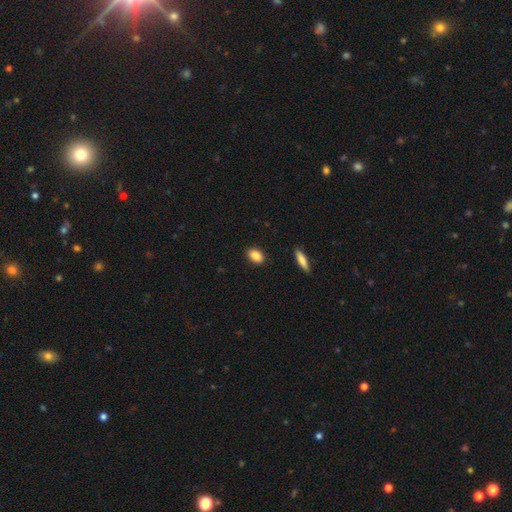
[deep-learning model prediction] This is clearly a smooth galaxy (88%). How rounded: clearly in between (85%). Merging: clearly none (89%).